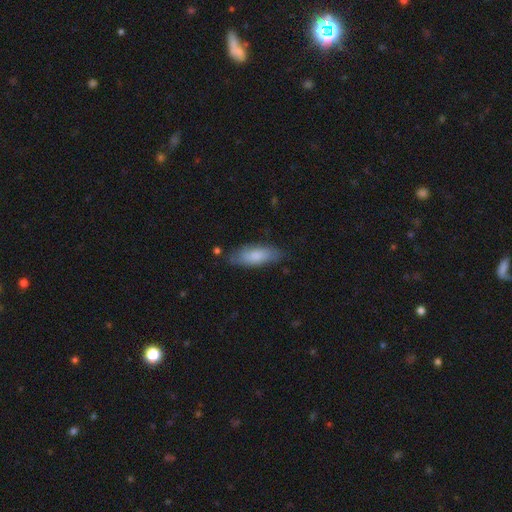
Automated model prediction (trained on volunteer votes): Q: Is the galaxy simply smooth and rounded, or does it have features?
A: smooth — 78%.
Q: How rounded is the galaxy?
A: in between — 70%.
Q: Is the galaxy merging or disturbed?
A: none — 74%.